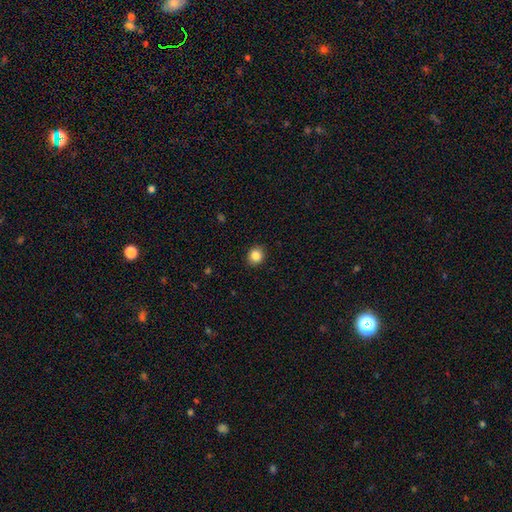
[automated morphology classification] A smooth galaxy with no disk features (85%) that is round (79%).

Vote fractions:
- Smooth or featured? smooth: 85% / star or artifact: 10% / featured or disk: 5%
- How rounded? round: 79% / in between: 20% / cigar-shaped: 1%
- Merging? none: 90% / minor disturbance: 7% / major disturbance: 2% / merger: 1%